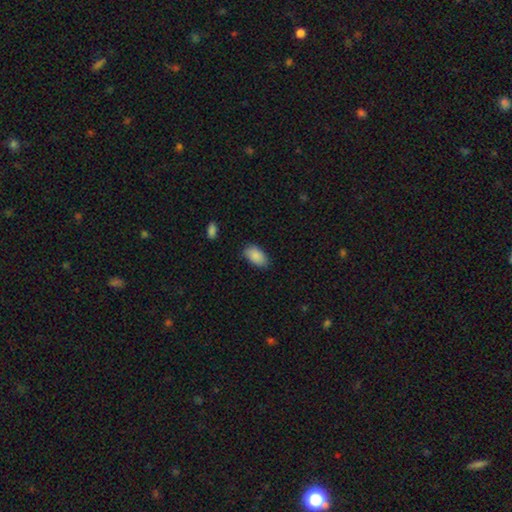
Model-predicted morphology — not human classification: Smooth or featured? Predicted: smooth (p=0.88). How rounded? Predicted: in between (p=0.93). Merging? Predicted: none (p=0.80).